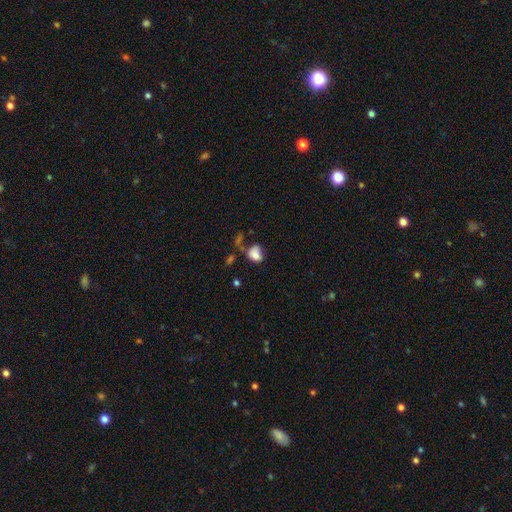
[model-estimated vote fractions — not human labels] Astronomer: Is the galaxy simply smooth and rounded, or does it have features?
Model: smooth — 77%.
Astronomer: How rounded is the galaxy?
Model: in between — 64%.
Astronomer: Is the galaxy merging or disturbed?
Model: none — 34% (runner-up: minor disturbance, 23%).